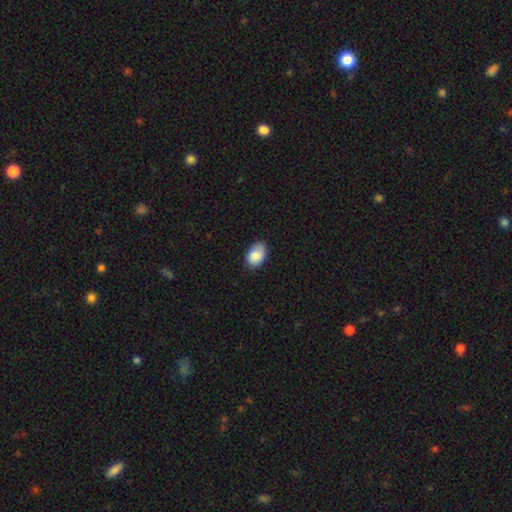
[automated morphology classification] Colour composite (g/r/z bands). It shows a smooth galaxy with no disk features (86%) that is in between round and cigar-shaped (86%). Merging: none (76%).